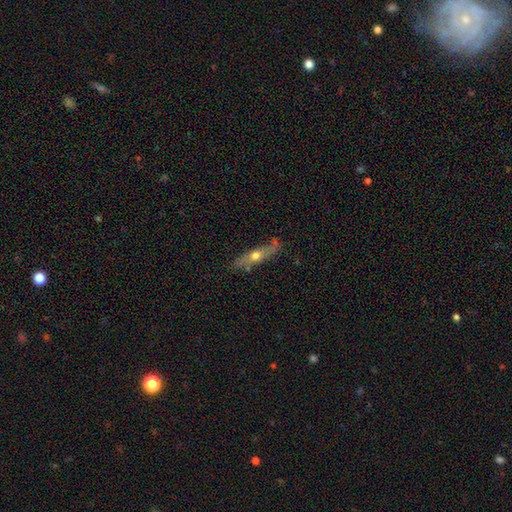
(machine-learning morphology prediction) type=featured or disk (49%); merging=none (72%).